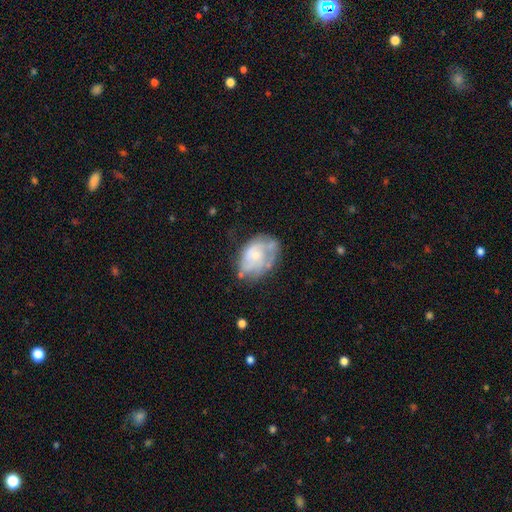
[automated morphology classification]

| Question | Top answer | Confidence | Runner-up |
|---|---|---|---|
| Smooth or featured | featured or disk | 56% | smooth (37%) |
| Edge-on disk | no | 97% | yes (3%) |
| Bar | no | 81% | weak (17%) |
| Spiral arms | yes | 54% | no (46%) |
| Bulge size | small | 57% | moderate (32%) |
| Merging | none | 46% | minor disturbance (30%) |